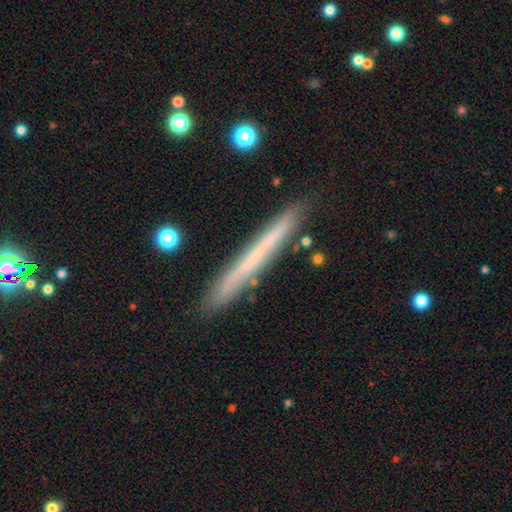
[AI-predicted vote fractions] Smooth or featured? Predicted: smooth (p=0.48). Merging? Predicted: none (p=0.88).